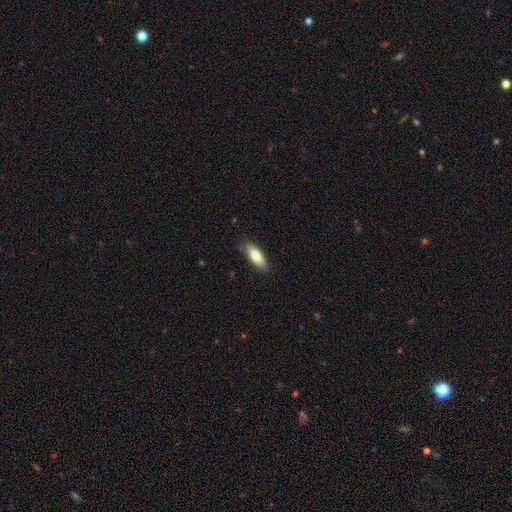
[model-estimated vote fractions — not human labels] Smooth or featured?
  - smooth: 79% *
  - featured or disk: 15%
  - star or artifact: 6%
How rounded?
  - in between: 63% *
  - cigar-shaped: 35%
  - round: 2%
Merging?
  - none: 80% *
  - minor disturbance: 16%
  - major disturbance: 3%
  - merger: 1%